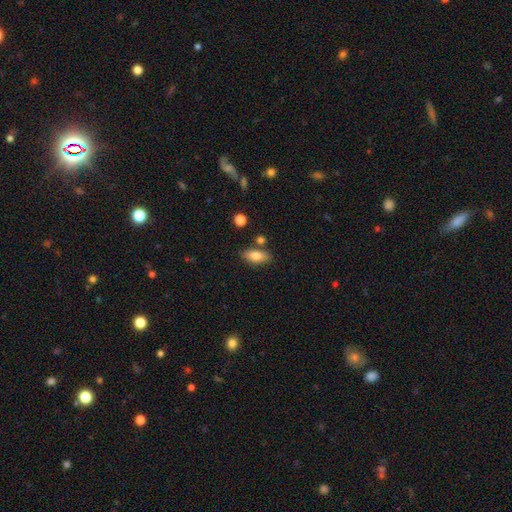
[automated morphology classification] A smooth galaxy with no disk features (78%) that is in between round and cigar-shaped (82%). Merging: none (78%).